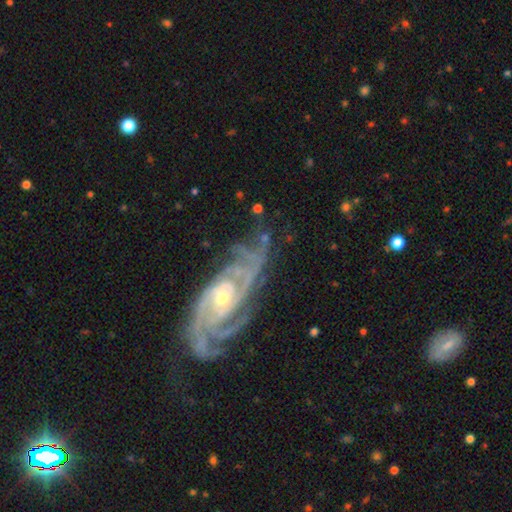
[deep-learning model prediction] Overall: featured or disk (91%). Edge-on disk: no (96%). Bar: no (63%; weak 25%). Spiral arms: yes (98%). Spiral arm count: 4 (28%; 3 25%). Spiral winding: tight (67%; medium 28%). Bulge size: small (54%; moderate 43%). Merging: none (64%).